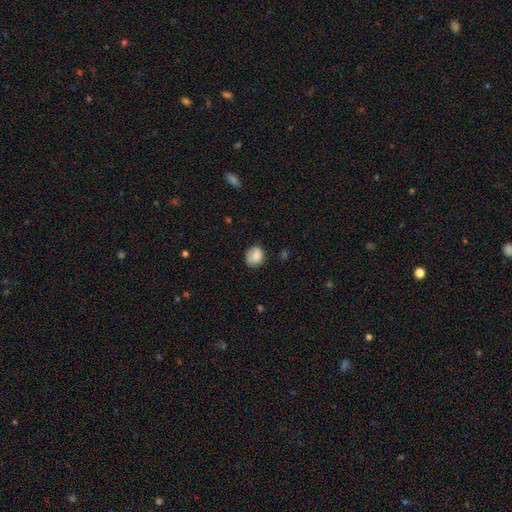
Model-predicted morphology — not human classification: Q: Smooth or featured?
A: smooth (81%); runner-up: featured or disk (11%)
Q: How rounded?
A: round (60%); runner-up: in between (39%)
Q: Merging?
A: none (66%); runner-up: minor disturbance (25%)